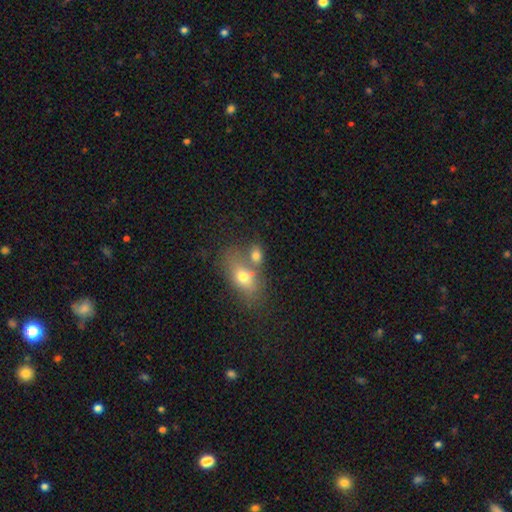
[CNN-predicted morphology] smooth-or-featured: smooth: 72% | featured or disk: 17% | star or artifact: 12%
  how-rounded: in between: 72% | round: 24% | cigar-shaped: 4%
  merging: merger: 47% | none: 36% | minor disturbance: 11% | major disturbance: 6%